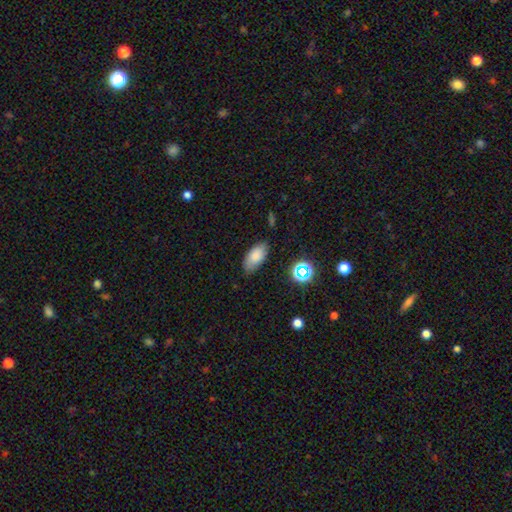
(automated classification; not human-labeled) Smooth or featured? Predicted: smooth (p=0.80). How rounded? Predicted: in between (p=0.92). Merging? Predicted: none (p=0.78).